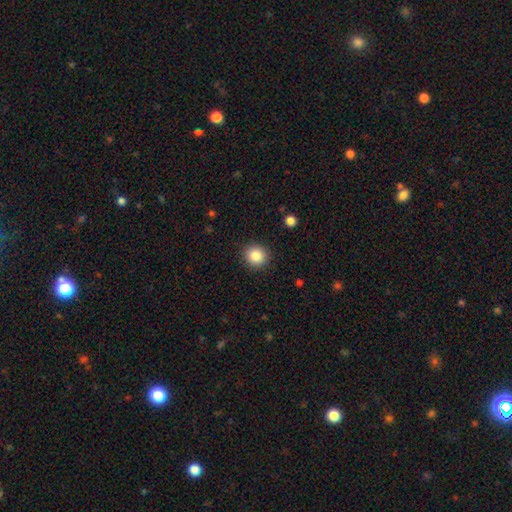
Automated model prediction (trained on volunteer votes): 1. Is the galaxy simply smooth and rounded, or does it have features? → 86% smooth, 9% star or artifact, 5% featured or disk.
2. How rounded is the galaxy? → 89% round, 10% in between, 1% cigar-shaped.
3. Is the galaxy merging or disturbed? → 91% none, 6% minor disturbance, 2% major disturbance, 1% merger.